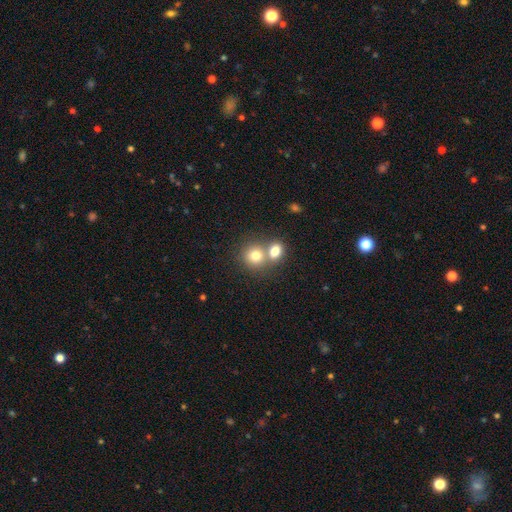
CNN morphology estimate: type=smooth (77%); roundness=round (77%); merging=merger (53%).